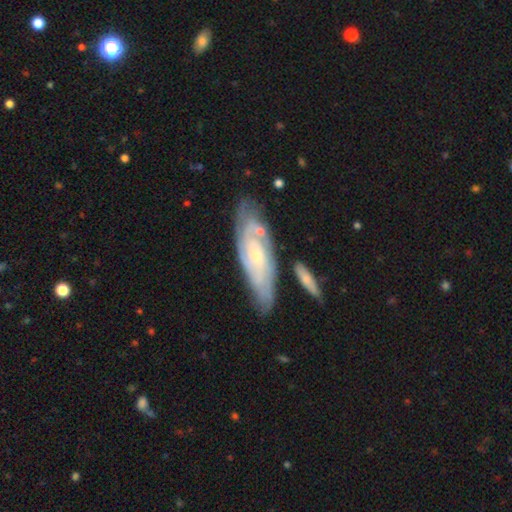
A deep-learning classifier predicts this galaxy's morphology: Smooth or featured? featured or disk (77%)
Edge-on disk? no (85%)
Bar? no (66%)
Spiral arms? yes (89%)
Spiral winding? tight (67%)
Spiral arm count? can't tell (52%)
Bulge size? small (63%)
Merging? none (66%)